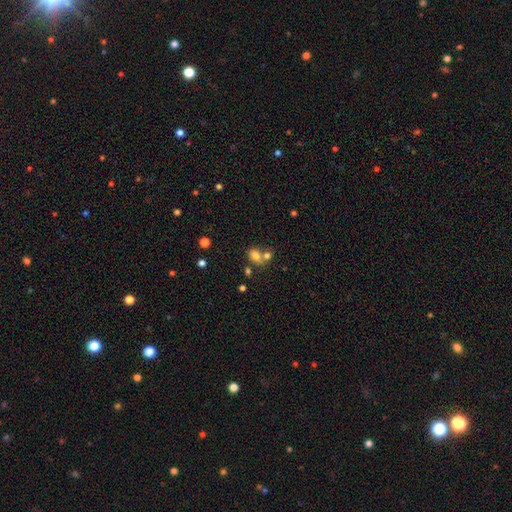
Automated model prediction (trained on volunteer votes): Q: Smooth or featured?
A: smooth (76%); runner-up: star or artifact (12%)
Q: How rounded?
A: in between (62%); runner-up: round (37%)
Q: Merging?
A: merger (47%); runner-up: none (38%)